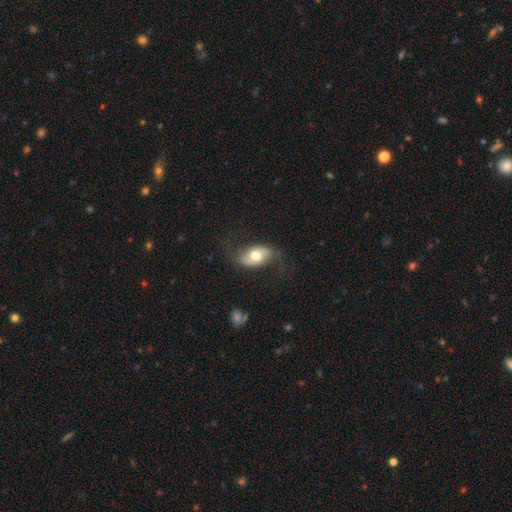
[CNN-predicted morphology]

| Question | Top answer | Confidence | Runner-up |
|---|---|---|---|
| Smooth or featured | featured or disk | 56% | smooth (37%) |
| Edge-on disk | no | 91% | yes (9%) |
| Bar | no | 53% | weak (29%) |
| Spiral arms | yes | 77% | no (23%) |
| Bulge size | moderate | 70% | large (19%) |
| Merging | none | 66% | minor disturbance (20%) |